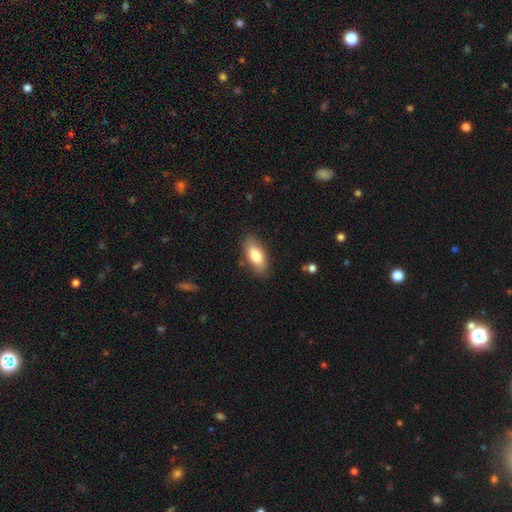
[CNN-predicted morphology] smooth 78%, featured or disk 16%, star or artifact 6%. Down the decision tree: how rounded — in between (85%); merging — none (84%).